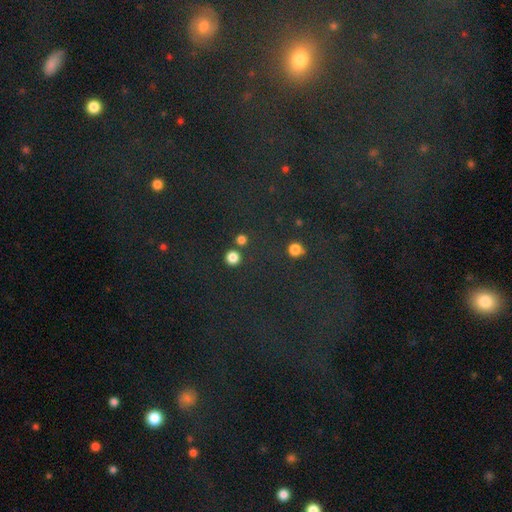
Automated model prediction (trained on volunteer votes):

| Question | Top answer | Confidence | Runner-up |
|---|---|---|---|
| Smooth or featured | star or artifact | 68% | smooth (19%) |